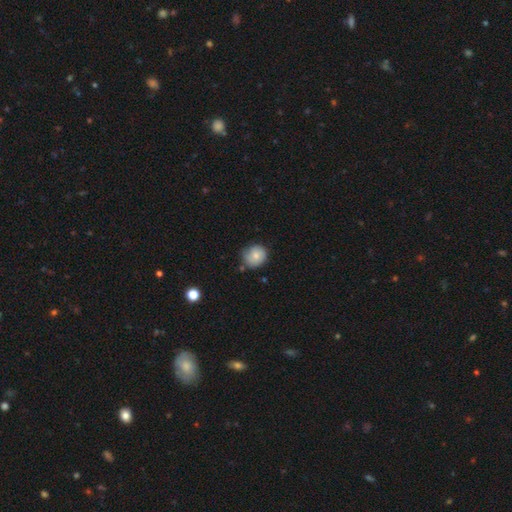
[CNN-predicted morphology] The model was most divided on "merging": none: 63%, minor disturbance: 29%, major disturbance: 5%, merger: 3%. More confident: how rounded — round (80%); smooth or featured — smooth (71%).